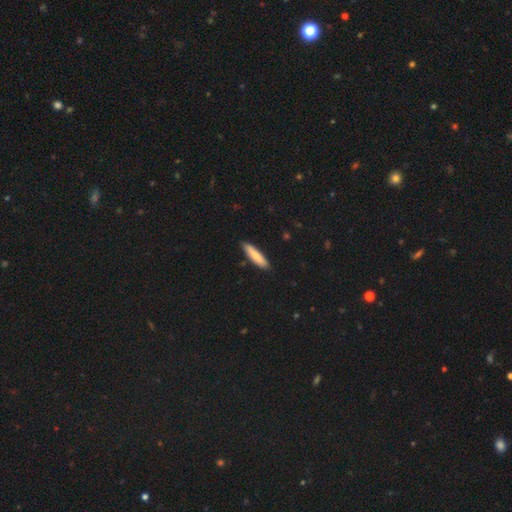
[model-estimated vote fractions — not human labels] smooth_or_featured: smooth (p=0.83) [alt: featured or disk p=0.12]
how_rounded: cigar-shaped (p=0.82) [alt: in between p=0.17]
merging: none (p=0.87) [alt: minor disturbance p=0.10]